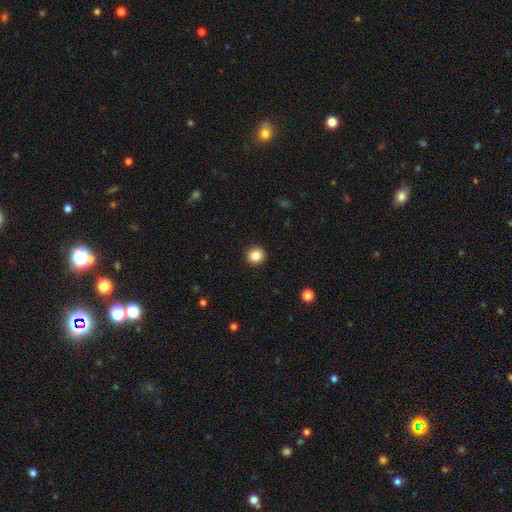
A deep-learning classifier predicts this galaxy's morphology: This is clearly a smooth galaxy (86%). How rounded: clearly round (92%). Merging: clearly none (92%).